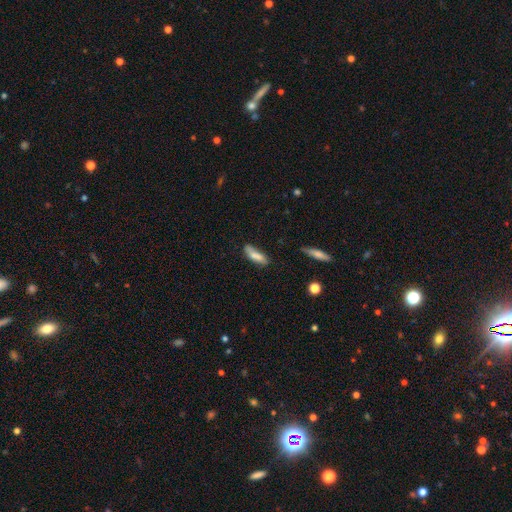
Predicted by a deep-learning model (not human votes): Smooth or featured: smooth — 75% (featured or disk — 18%)
How rounded: in between — 50% (cigar-shaped — 48%)
Merging: none — 56% (minor disturbance — 28%)